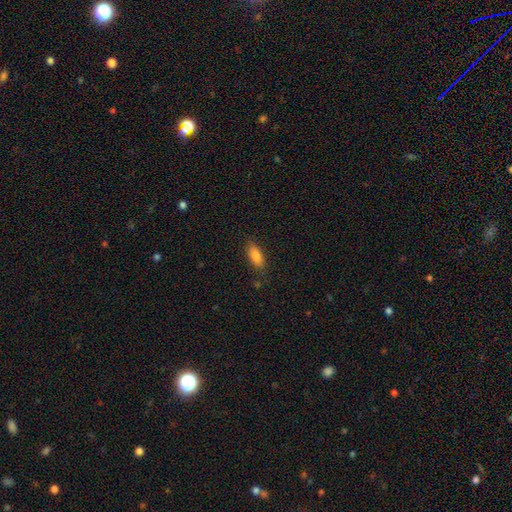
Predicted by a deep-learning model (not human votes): A smooth galaxy with no disk features (85%) that is in between round and cigar-shaped (76%).

Vote fractions:
- Smooth or featured? smooth: 85% / star or artifact: 8% / featured or disk: 7%
- How rounded? in between: 76% / cigar-shaped: 22% / round: 2%
- Merging? none: 83% / minor disturbance: 12% / major disturbance: 3% / merger: 2%